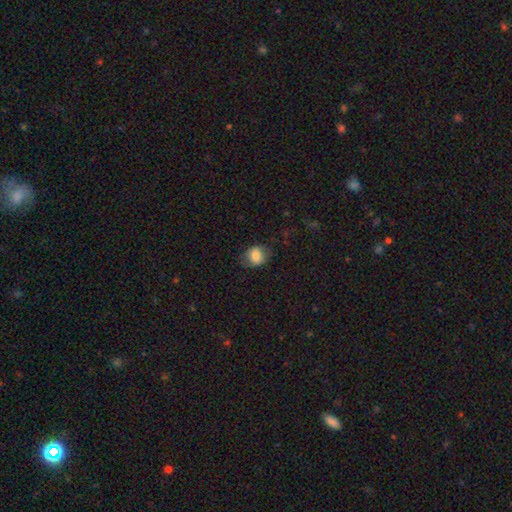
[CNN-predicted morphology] smooth 76%, featured or disk 15%, star or artifact 9%. Down the decision tree: how rounded — round (53%); merging — none (69%).